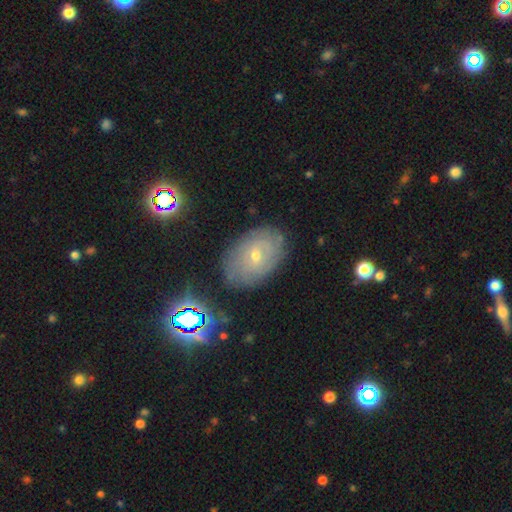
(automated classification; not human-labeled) featured or disk 60%, smooth 28%, star or artifact 12%. Down the decision tree: edge-on disk — no (94%); bar — no (58%); spiral arms — yes (72%); bulge size — small (65%); merging — none (76%).